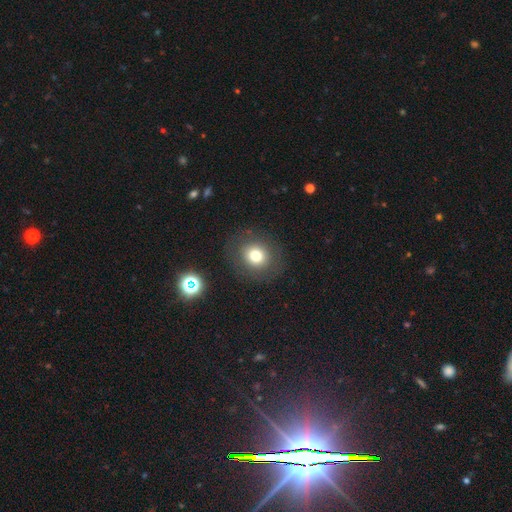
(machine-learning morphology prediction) A smooth galaxy with no disk features (74%) that is round (80%).

Vote fractions:
- Smooth or featured? smooth: 74% / featured or disk: 13% / star or artifact: 13%
- How rounded? round: 80% / in between: 19% / cigar-shaped: 1%
- Merging? none: 86% / minor disturbance: 8% / major disturbance: 4% / merger: 2%